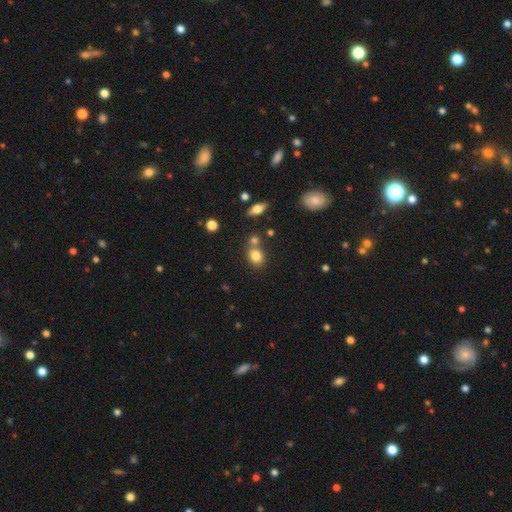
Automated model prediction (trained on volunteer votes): A smooth galaxy with no disk features (81%) that is in between round and cigar-shaped (52%). Merging: none (60%).